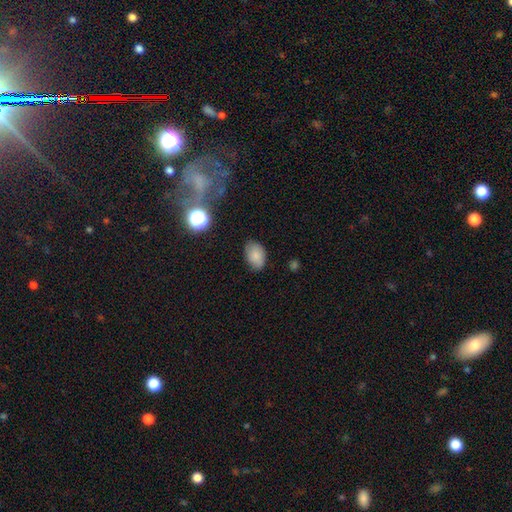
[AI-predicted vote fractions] smooth 81%, star or artifact 10%, featured or disk 8%. Down the decision tree: how rounded — in between (84%); merging — none (75%).